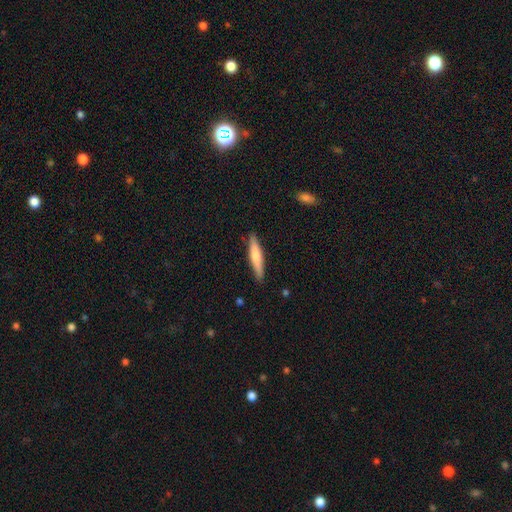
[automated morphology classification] type=smooth (67%); roundness=cigar-shaped (88%); merging=none (88%).